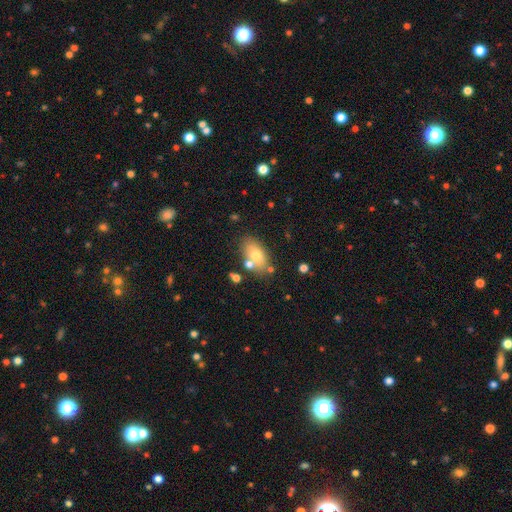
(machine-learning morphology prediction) Overall: smooth (69%). How rounded: in between (88%). Merging: none (67%).